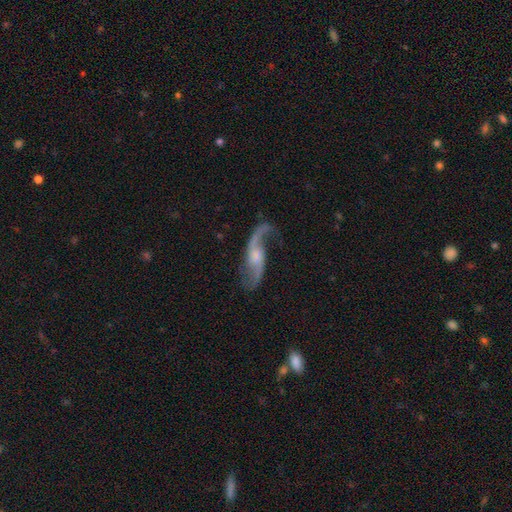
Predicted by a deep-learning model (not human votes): The model was most divided on "bulge size": moderate: 43%, small: 35%, none: 12%, large: 8%, dominant: 2%. More confident: spiral arms — yes (96%); edge-on disk — no (92%); spiral arm count — 2 (91%); smooth or featured — featured or disk (89%); spiral winding — loose (83%); merging — none (69%); bar — no (53%).